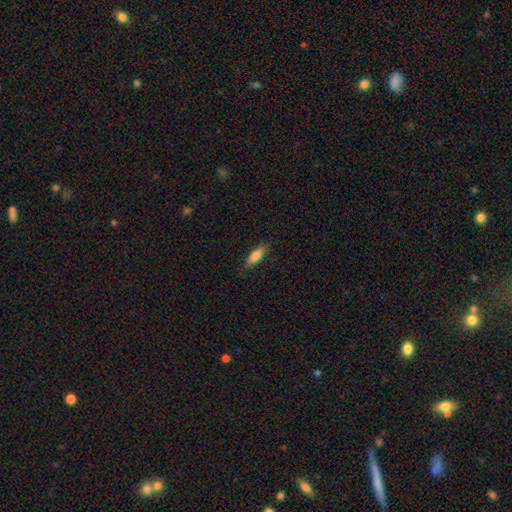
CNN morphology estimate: Smooth or featured?
  - smooth: 81% *
  - featured or disk: 13%
  - star or artifact: 6%
How rounded?
  - in between: 55% *
  - cigar-shaped: 43%
  - round: 2%
Merging?
  - none: 84% *
  - minor disturbance: 13%
  - major disturbance: 3%
  - merger: 1%